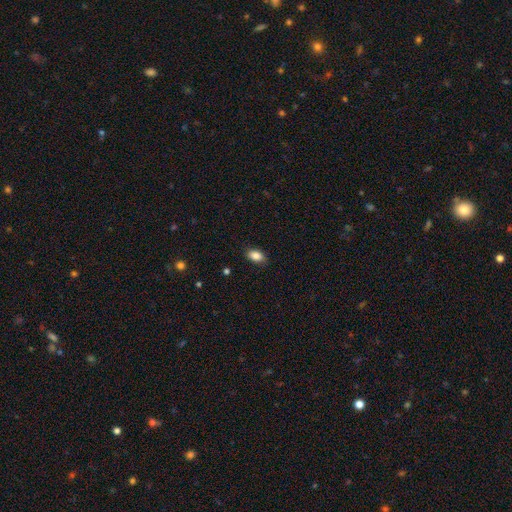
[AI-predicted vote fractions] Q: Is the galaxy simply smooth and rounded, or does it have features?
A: smooth — 87%.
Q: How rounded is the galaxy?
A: in between — 90%.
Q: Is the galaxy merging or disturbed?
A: none — 87%.